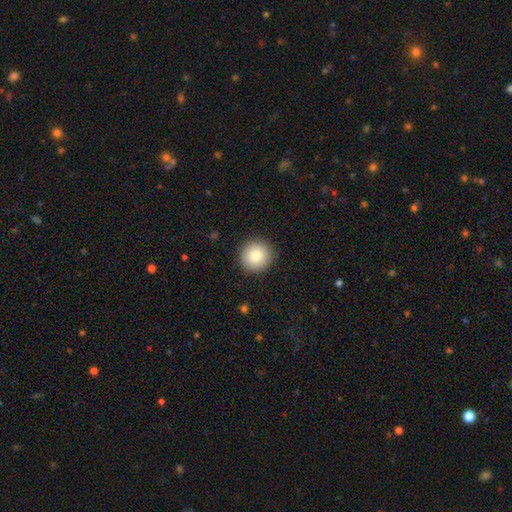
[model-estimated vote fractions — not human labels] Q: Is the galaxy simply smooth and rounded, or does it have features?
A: smooth — 85%.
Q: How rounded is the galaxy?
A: round — 95%.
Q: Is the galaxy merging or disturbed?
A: none — 91%.